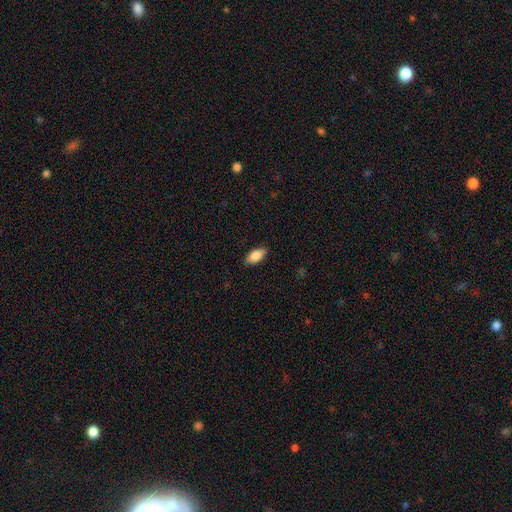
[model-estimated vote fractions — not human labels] Morphology: type=smooth (87%); roundness=in between (89%); merging=none (88%).